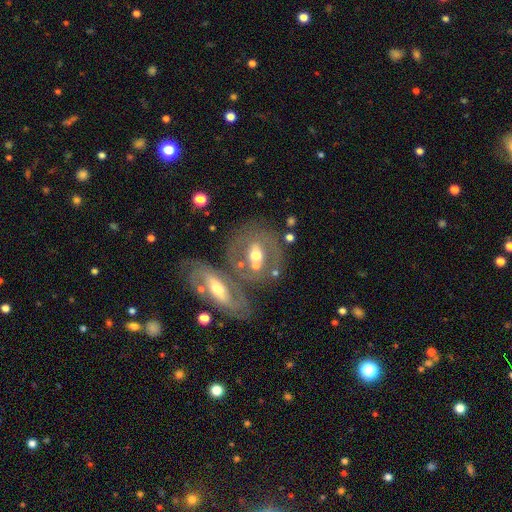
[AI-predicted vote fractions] The model was most divided on "bar": no: 44%, weak: 30%, strong: 26%. More confident: edge-on disk — no (88%); bulge size — moderate (72%); spiral arms — no (62%); smooth or featured — featured or disk (61%); merging — none (51%).